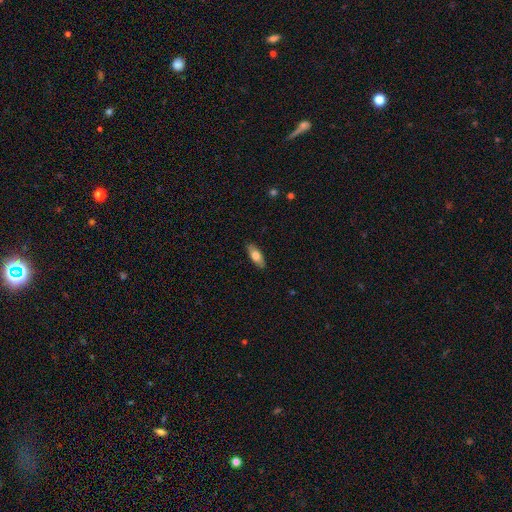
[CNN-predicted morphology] A smooth galaxy with no disk features (71%) that is in between round and cigar-shaped (74%). Merging: none (89%).